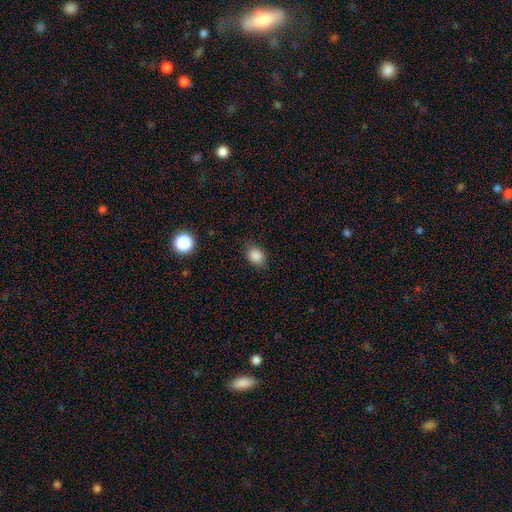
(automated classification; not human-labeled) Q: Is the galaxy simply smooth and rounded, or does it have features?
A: smooth — 85%.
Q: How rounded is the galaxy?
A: in between — 50%.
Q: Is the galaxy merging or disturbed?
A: none — 80%.